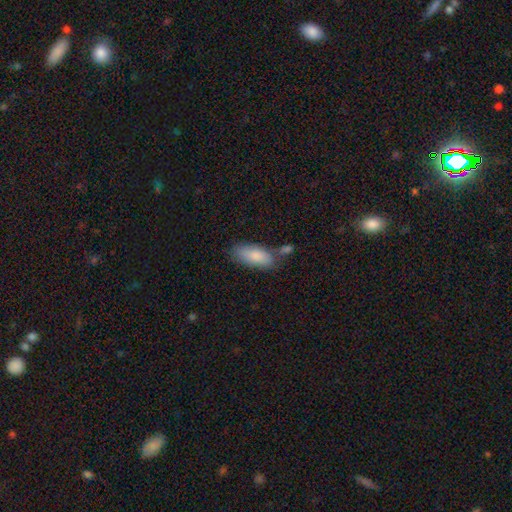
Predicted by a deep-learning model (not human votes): smooth_or_featured: smooth (p=0.84) [alt: featured or disk p=0.10]
how_rounded: in between (p=0.83) [alt: cigar-shaped p=0.15]
merging: none (p=0.62) [alt: minor disturbance p=0.18]